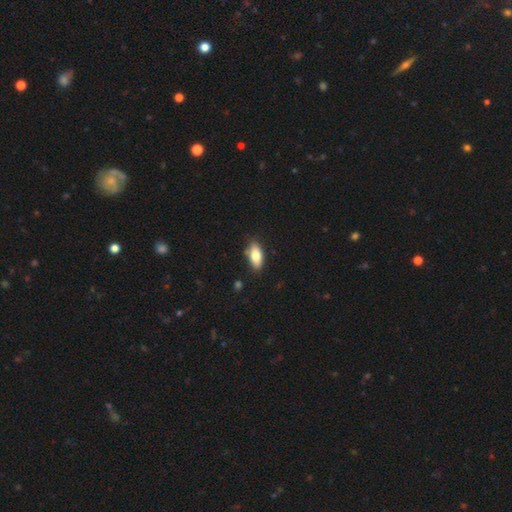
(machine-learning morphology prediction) smooth 79%, featured or disk 14%, star or artifact 7%. Down the decision tree: how rounded — in between (86%); merging — none (82%).